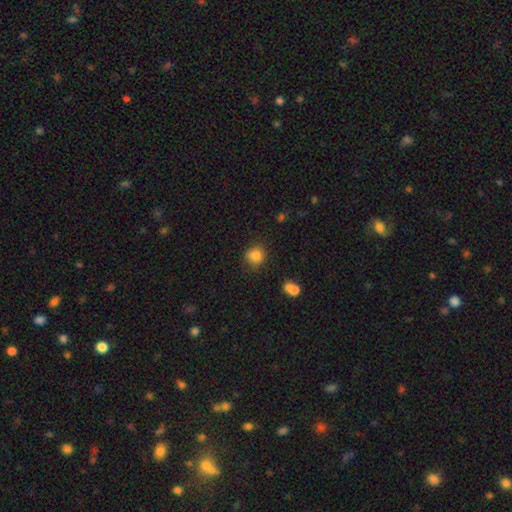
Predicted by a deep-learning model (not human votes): Smooth or featured? smooth (84%)
How rounded? round (80%)
Merging? none (75%)